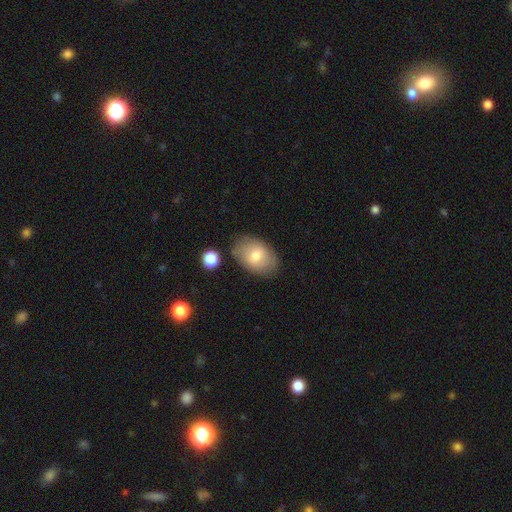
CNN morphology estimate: This appears to be a smooth galaxy with no disk features (73%) that is in between round and cigar-shaped (87%). Merging: none (73%).